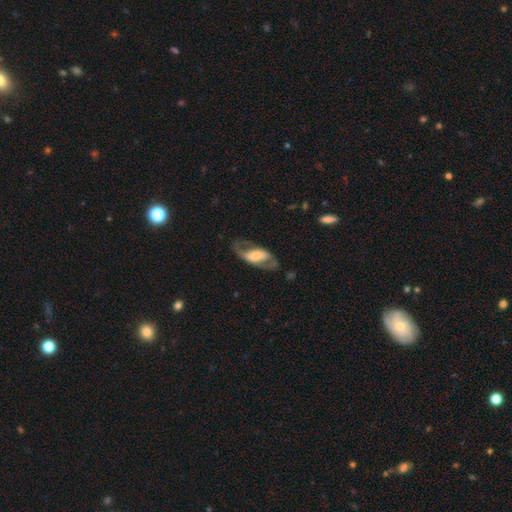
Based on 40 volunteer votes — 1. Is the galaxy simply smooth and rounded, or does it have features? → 65% featured or disk, 28% smooth, 8% star or artifact.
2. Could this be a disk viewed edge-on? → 96% no, 4% yes.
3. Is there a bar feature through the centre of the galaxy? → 44% strong, 32% no, 24% weak.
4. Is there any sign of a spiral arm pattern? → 64% no, 36% yes.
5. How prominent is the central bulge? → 44% large, 24% moderate, 20% none, 8% dominant, 4% small.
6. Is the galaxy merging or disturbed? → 76% none, 14% major disturbance, 11% minor disturbance, 0% merger.